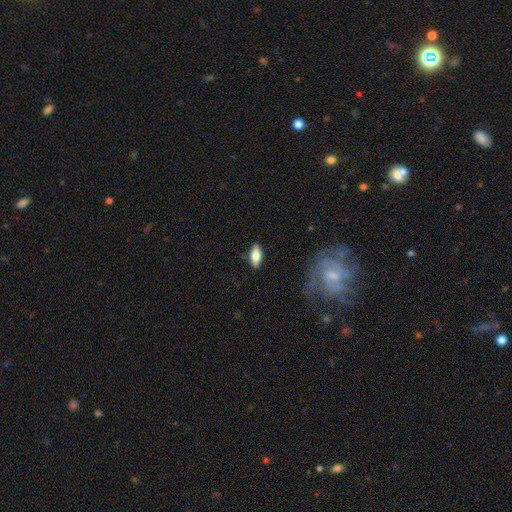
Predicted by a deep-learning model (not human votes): Morphology: type=smooth (69%); roundness=in between (78%); merging=none (86%).